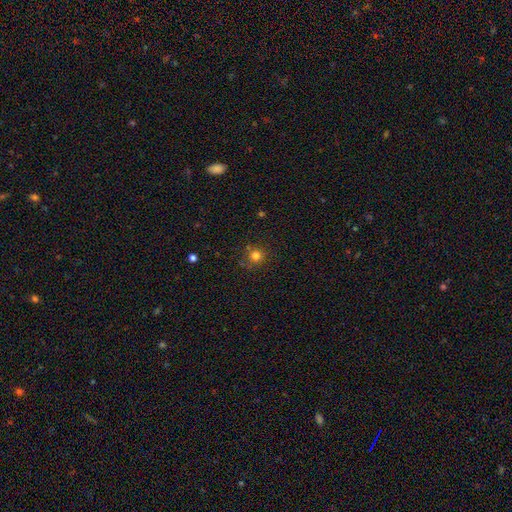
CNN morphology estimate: A smooth galaxy with no disk features (78%) that is round (91%).

Vote fractions:
- Smooth or featured? smooth: 78% / star or artifact: 16% / featured or disk: 7%
- How rounded? round: 91% / in between: 9% / cigar-shaped: 1%
- Merging? none: 77% / minor disturbance: 14% / major disturbance: 5% / merger: 4%